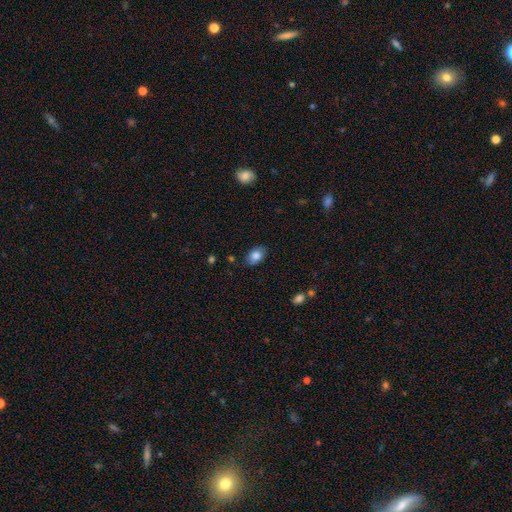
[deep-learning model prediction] The model was most divided on "merging": none: 83%, minor disturbance: 13%, major disturbance: 3%, merger: 1%. More confident: how rounded — in between (84%); smooth or featured — smooth (82%).